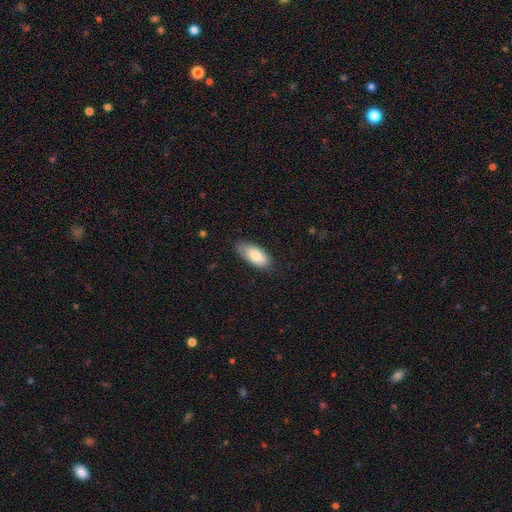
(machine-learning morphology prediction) Q: Smooth or featured?
A: smooth (79%); runner-up: featured or disk (14%)
Q: How rounded?
A: in between (89%); runner-up: cigar-shaped (8%)
Q: Merging?
A: none (69%); runner-up: minor disturbance (26%)